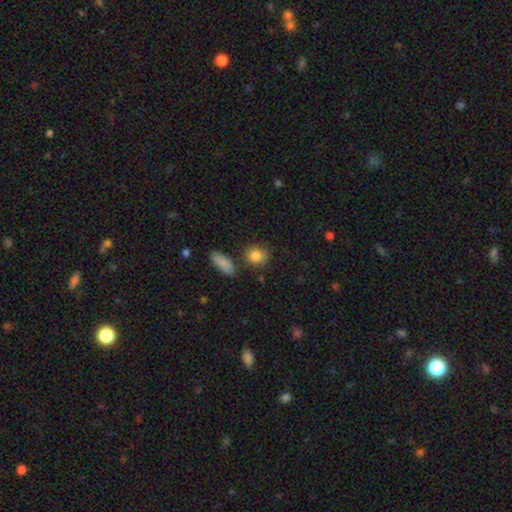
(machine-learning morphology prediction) Smooth or featured: smooth — 85% (star or artifact — 8%)
How rounded: round — 69% (in between — 29%)
Merging: none — 78% (minor disturbance — 12%)